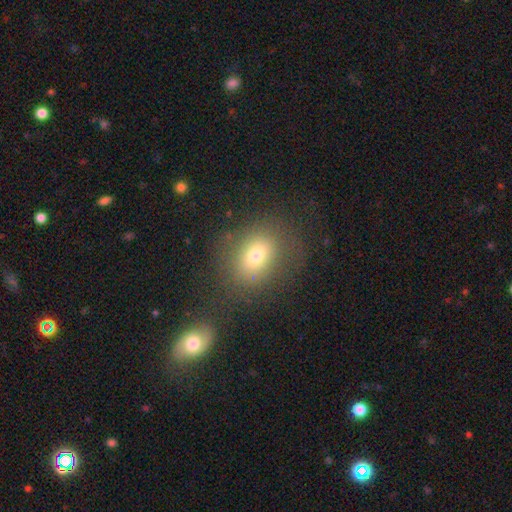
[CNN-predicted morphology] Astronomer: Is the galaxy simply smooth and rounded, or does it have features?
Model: smooth — 72%.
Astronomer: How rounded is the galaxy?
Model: in between — 57% (runner-up: round, 42%).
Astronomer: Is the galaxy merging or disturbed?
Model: none — 72%.